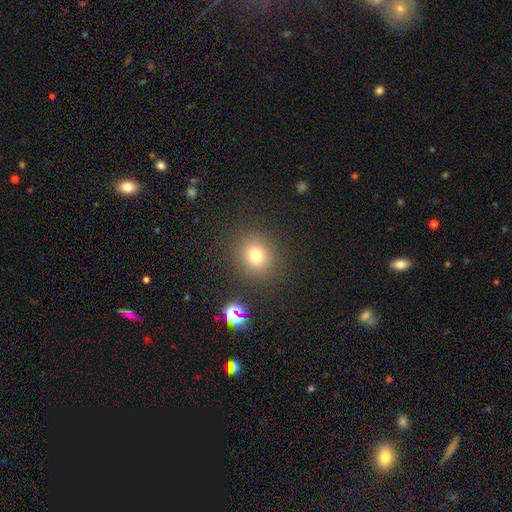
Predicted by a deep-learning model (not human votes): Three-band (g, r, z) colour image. It shows a smooth galaxy with no disk features (75%) that is round (83%). Merging: none (87%).